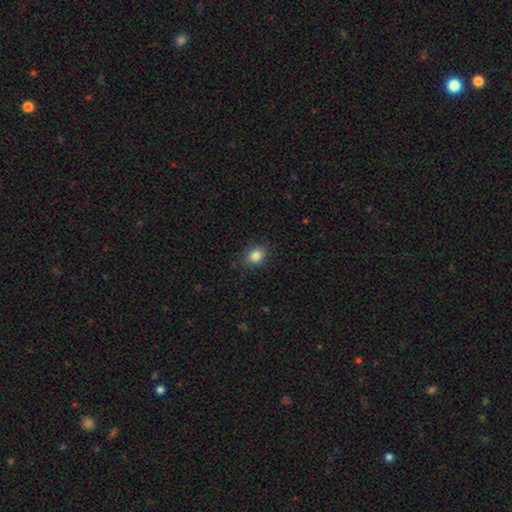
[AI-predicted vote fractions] Q: Smooth or featured?
A: smooth (84%); runner-up: star or artifact (11%)
Q: How rounded?
A: round (56%); runner-up: in between (43%)
Q: Merging?
A: none (86%); runner-up: minor disturbance (10%)